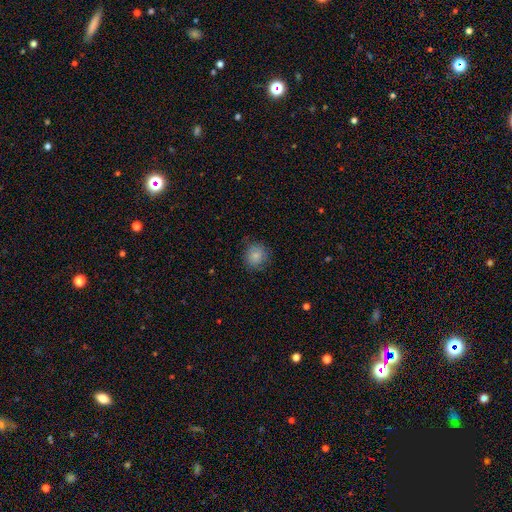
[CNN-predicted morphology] Smooth or featured? smooth (81%)
How rounded? round (85%)
Merging? none (80%)